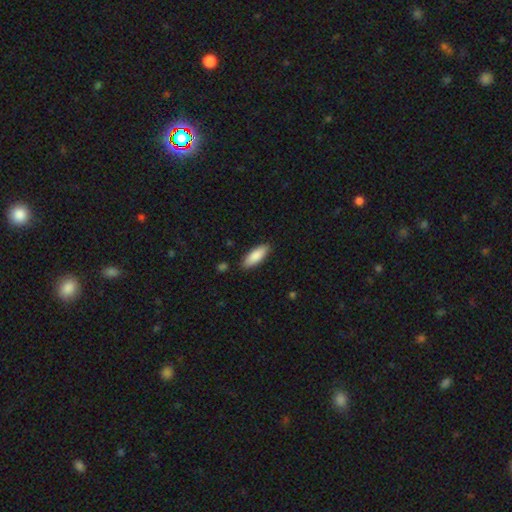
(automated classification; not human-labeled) smooth-or-featured: smooth: 85% | featured or disk: 9% | star or artifact: 6%
  how-rounded: in between: 67% | cigar-shaped: 31% | round: 2%
  merging: none: 87% | minor disturbance: 10% | major disturbance: 2% | merger: 2%